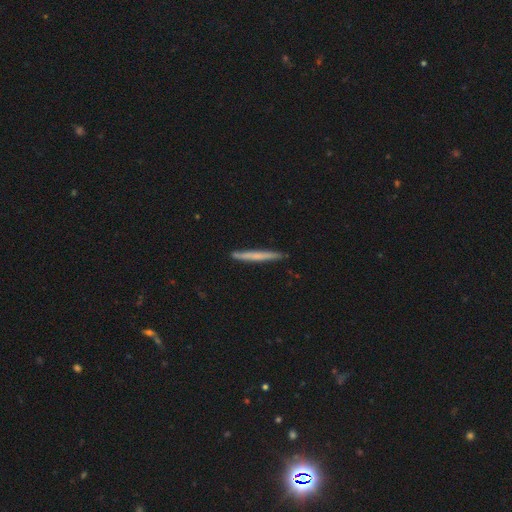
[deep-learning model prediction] A smooth galaxy with no disk features (55%) that is cigar-shaped (97%). Merging: none (90%).